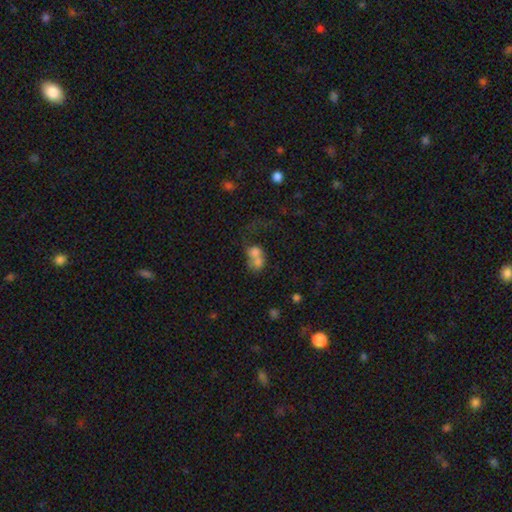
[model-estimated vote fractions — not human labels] A smooth galaxy with no disk features (66%) that is round (54%).

Vote fractions:
- Smooth or featured? smooth: 66% / featured or disk: 22% / star or artifact: 12%
- How rounded? round: 54% / in between: 45% / cigar-shaped: 1%
- Merging? merger: 68% / none: 15% / major disturbance: 10% / minor disturbance: 6%